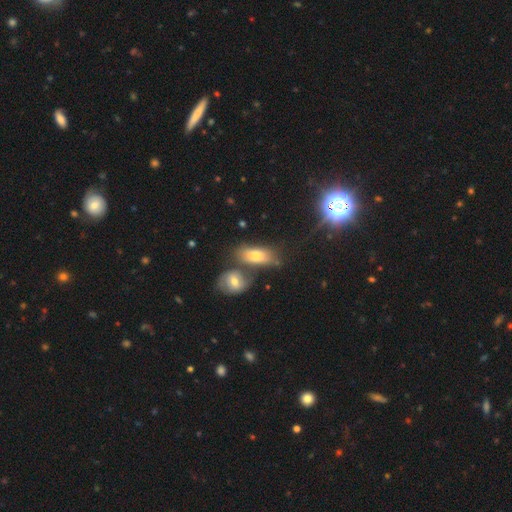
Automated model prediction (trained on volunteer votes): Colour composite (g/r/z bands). It shows a smooth galaxy with no disk features (61%) that is in between round and cigar-shaped (78%). Merging: none (58%).